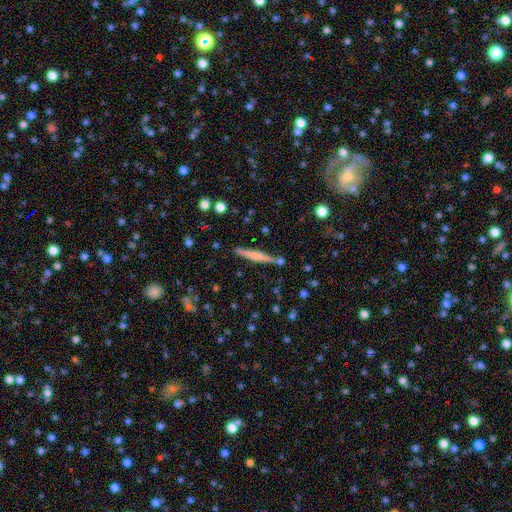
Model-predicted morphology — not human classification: smooth_or_featured: featured or disk (p=0.49) [alt: smooth p=0.44]
merging: none (p=0.84) [alt: minor disturbance p=0.10]